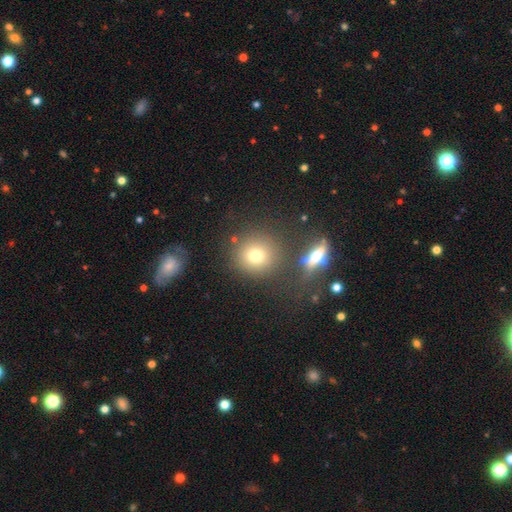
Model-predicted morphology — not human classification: This appears to be a smooth galaxy with no disk features (73%) that is round (88%). Merging: none (75%).